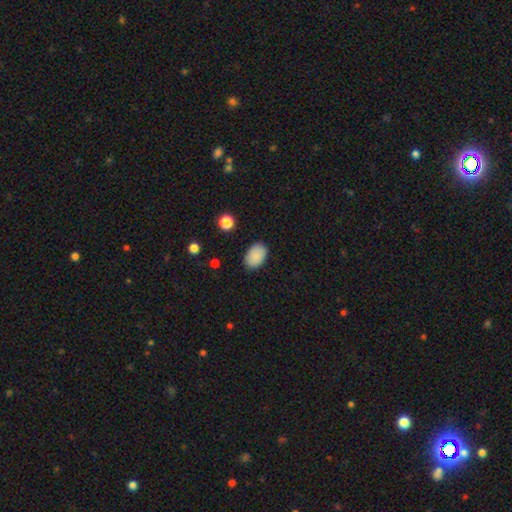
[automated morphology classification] Q: Smooth or featured?
A: smooth (89%); runner-up: star or artifact (8%)
Q: How rounded?
A: in between (85%); runner-up: round (14%)
Q: Merging?
A: none (86%); runner-up: minor disturbance (10%)